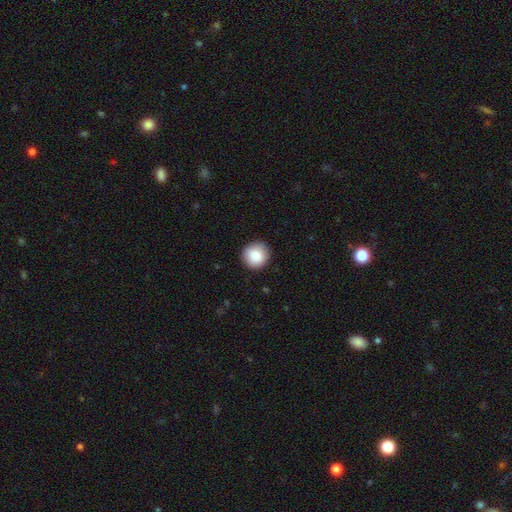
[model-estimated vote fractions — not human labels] Overall: smooth (86%). How rounded: round (94%). Merging: none (90%).